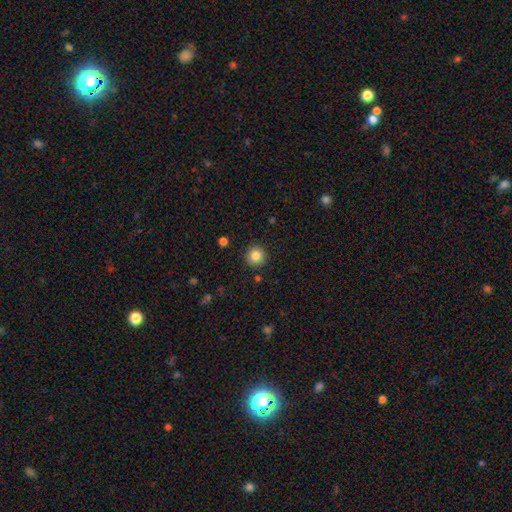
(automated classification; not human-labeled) smooth 84%, star or artifact 10%, featured or disk 6%. Down the decision tree: how rounded — round (95%); merging — none (91%).